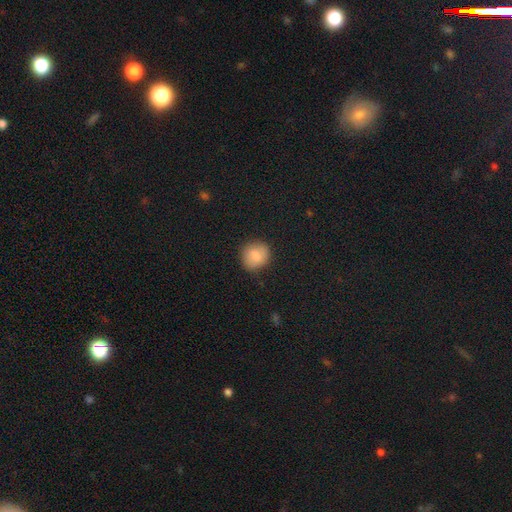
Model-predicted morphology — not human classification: smooth_or_featured: smooth (p=0.82) [alt: featured or disk p=0.10]
how_rounded: round (p=0.83) [alt: in between p=0.16]
merging: none (p=0.81) [alt: minor disturbance p=0.14]